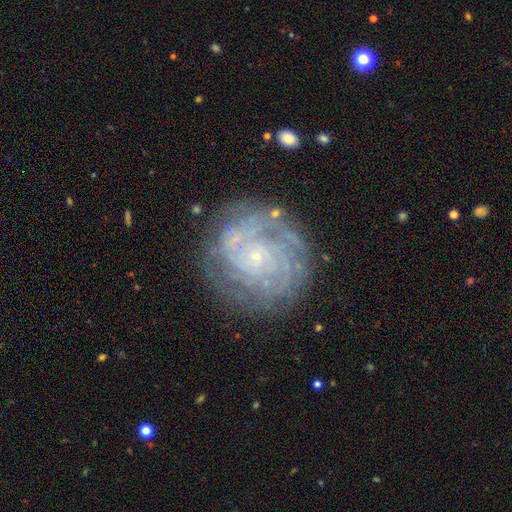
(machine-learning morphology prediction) The model was most divided on "spiral arm count": can't tell: 39%, 4: 17%, 3: 13%, more than 4: 12%, 2: 12%, 1: 7%. More confident: edge-on disk — no (97%); spiral arms — yes (90%); bulge size — small (88%); bar — no (81%); smooth or featured — featured or disk (79%); merging — none (77%); spiral winding — tight (74%).